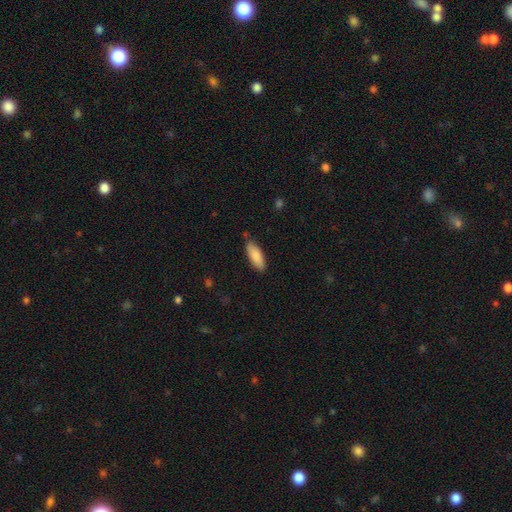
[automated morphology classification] Smooth or featured? smooth (86%)
How rounded? in between (65%)
Merging? none (81%)